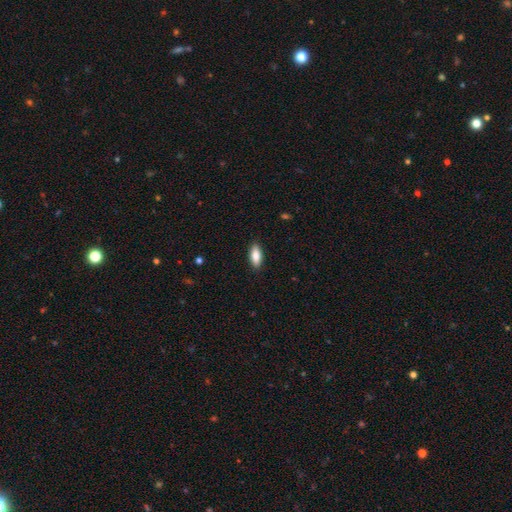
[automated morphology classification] smooth 82%, featured or disk 12%, star or artifact 6%. Down the decision tree: how rounded — in between (78%); merging — none (89%).